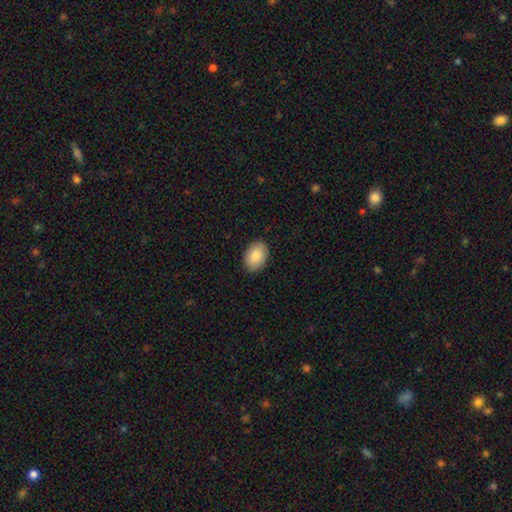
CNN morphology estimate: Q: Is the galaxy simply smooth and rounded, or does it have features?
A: smooth — 88%.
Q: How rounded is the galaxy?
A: in between — 84%.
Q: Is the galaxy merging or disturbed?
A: none — 90%.